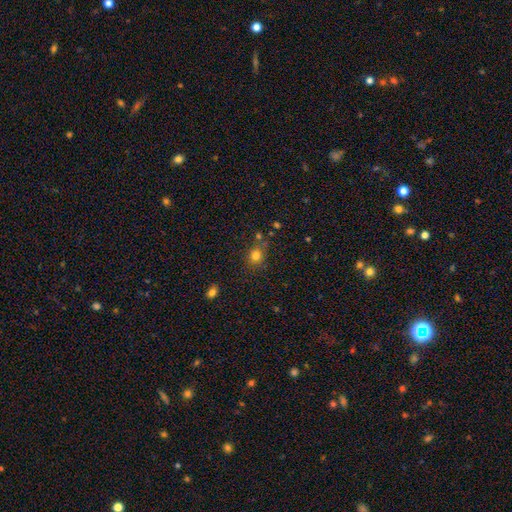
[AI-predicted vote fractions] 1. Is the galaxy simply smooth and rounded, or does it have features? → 79% smooth, 15% star or artifact, 7% featured or disk.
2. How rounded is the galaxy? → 79% round, 20% in between, 1% cigar-shaped.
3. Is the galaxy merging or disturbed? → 74% none, 13% minor disturbance, 9% merger, 4% major disturbance.